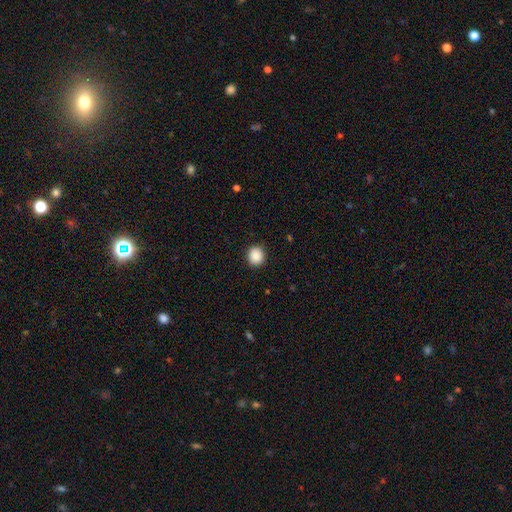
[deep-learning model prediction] smooth 89%, star or artifact 8%, featured or disk 2%. Down the decision tree: how rounded — round (82%); merging — none (91%).